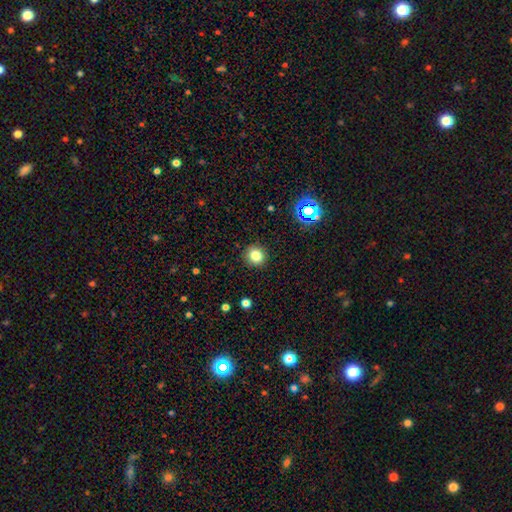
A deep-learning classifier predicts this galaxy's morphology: smooth_or_featured: smooth (p=0.80) [alt: star or artifact p=0.14]
how_rounded: round (p=0.89) [alt: in between p=0.10]
merging: none (p=0.91) [alt: minor disturbance p=0.06]